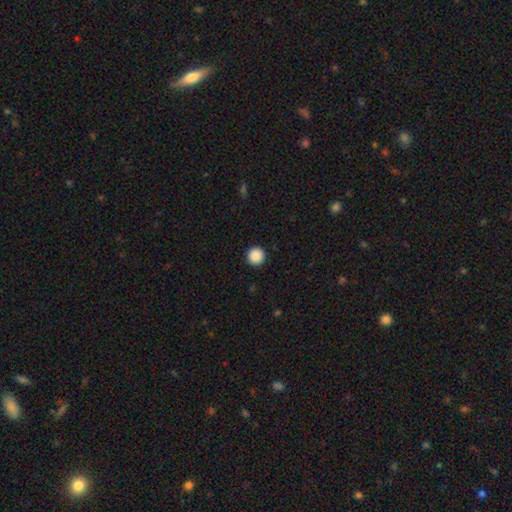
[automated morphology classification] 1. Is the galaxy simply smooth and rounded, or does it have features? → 89% smooth, 9% star or artifact, 2% featured or disk.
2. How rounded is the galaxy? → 97% round, 2% in between, 1% cigar-shaped.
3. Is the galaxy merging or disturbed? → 93% none, 4% minor disturbance, 2% major disturbance, 1% merger.